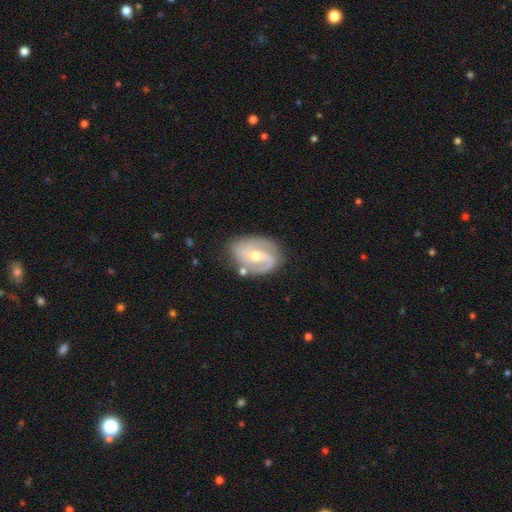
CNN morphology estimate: featured or disk 86%, smooth 9%, star or artifact 5%. Down the decision tree: edge-on disk — no (97%); bar — weak (43%); spiral arms — yes (96%); spiral arm count — 2 (74%); spiral winding — medium (48%); bulge size — moderate (57%); merging — none (69%).